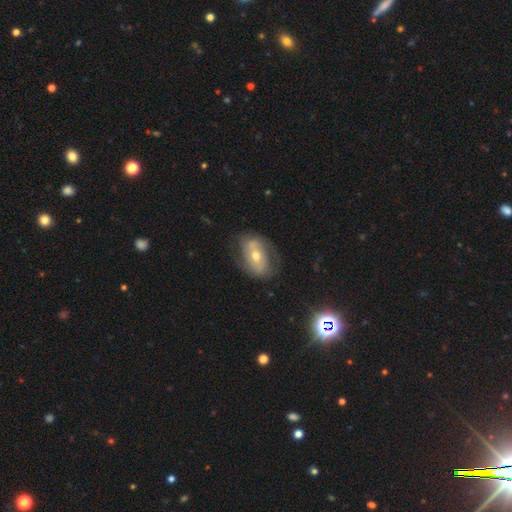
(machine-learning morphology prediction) Q: Smooth or featured?
A: featured or disk (61%); runner-up: smooth (32%)
Q: Edge-on disk?
A: no (93%); runner-up: yes (7%)
Q: Bar?
A: no (40%); runner-up: weak (32%)
Q: Spiral arms?
A: yes (65%); runner-up: no (35%)
Q: Bulge size?
A: moderate (61%); runner-up: small (34%)
Q: Merging?
A: none (65%); runner-up: minor disturbance (22%)